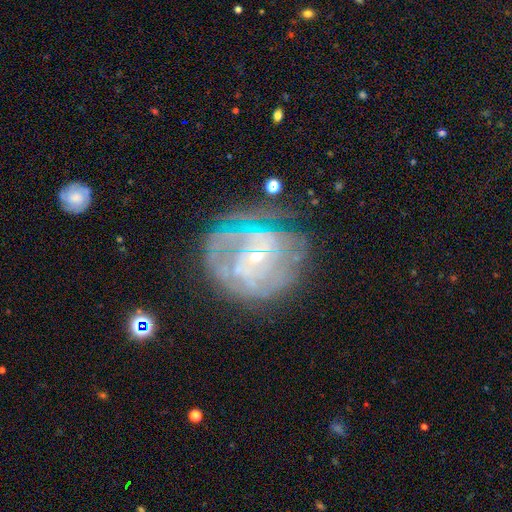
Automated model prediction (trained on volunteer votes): smooth_or_featured: featured or disk (p=0.77) [alt: smooth p=0.13]
disk_edge_on: no (p=0.97) [alt: yes p=0.03]
bar: no (p=0.64) [alt: weak p=0.27]
has_spiral_arms: yes (p=0.80) [alt: no p=0.20]
spiral_winding: tight (p=0.58) [alt: medium p=0.30]
spiral_arm_count: can't tell (p=0.45) [alt: 2 p=0.21]
bulge_size: small (p=0.82) [alt: moderate p=0.13]
merging: none (p=0.58) [alt: minor disturbance p=0.21]